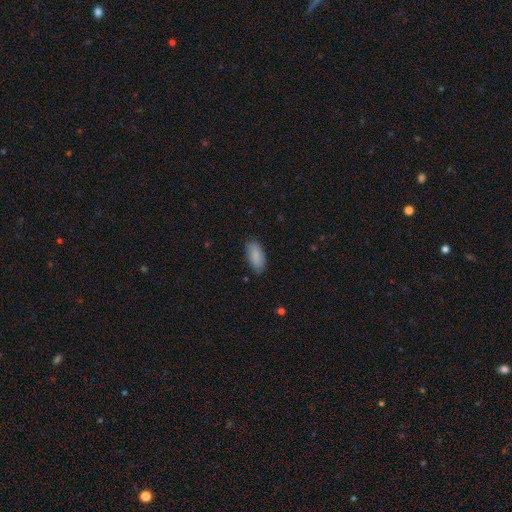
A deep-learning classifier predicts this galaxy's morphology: Overall: smooth (87%). How rounded: in between (87%). Merging: none (81%).